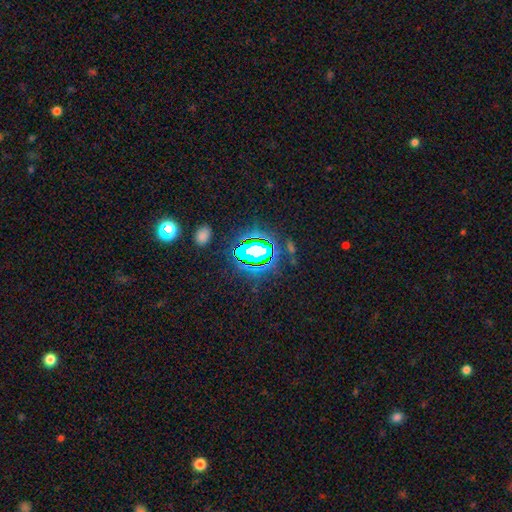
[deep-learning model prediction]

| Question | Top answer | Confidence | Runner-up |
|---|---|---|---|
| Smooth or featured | star or artifact | 67% | smooth (20%) |